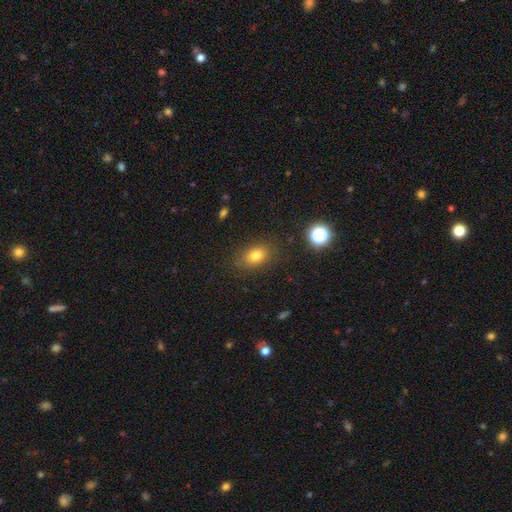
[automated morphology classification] The model was most divided on "how rounded": in between: 74%, round: 24%, cigar-shaped: 2%. More confident: merging — none (83%); smooth or featured — smooth (77%).